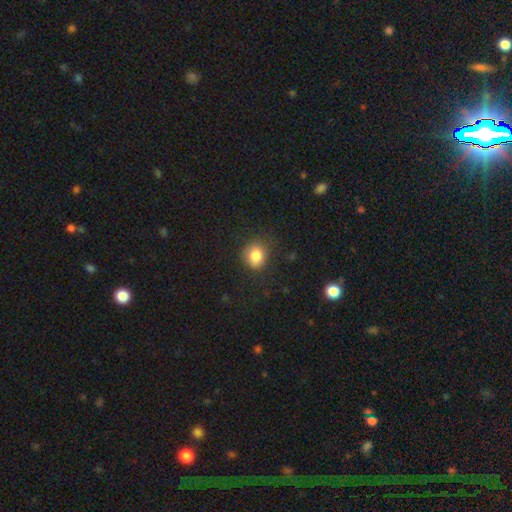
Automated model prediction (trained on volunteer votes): smooth 83%, star or artifact 10%, featured or disk 6%. Down the decision tree: how rounded — round (75%); merging — none (80%).